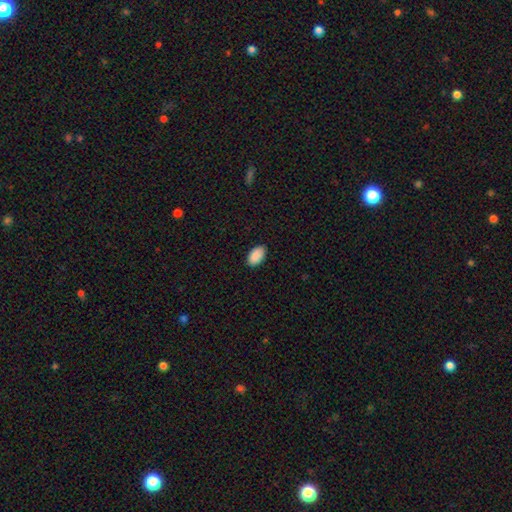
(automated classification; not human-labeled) This is clearly a smooth galaxy (90%). How rounded: clearly in between (95%). Merging: clearly none (88%).